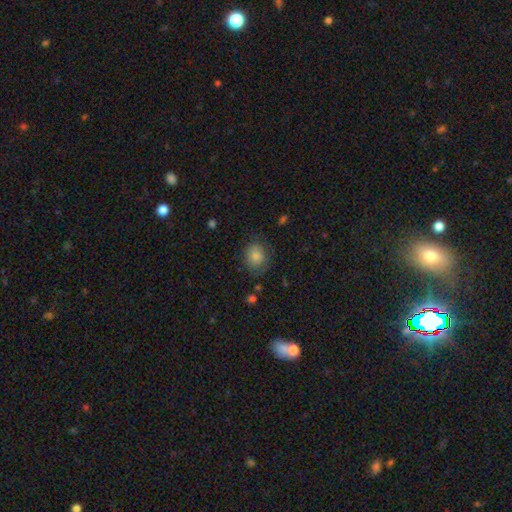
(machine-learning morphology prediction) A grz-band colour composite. It shows a smooth galaxy with no disk features (78%) that is round (65%). Merging: none (75%).